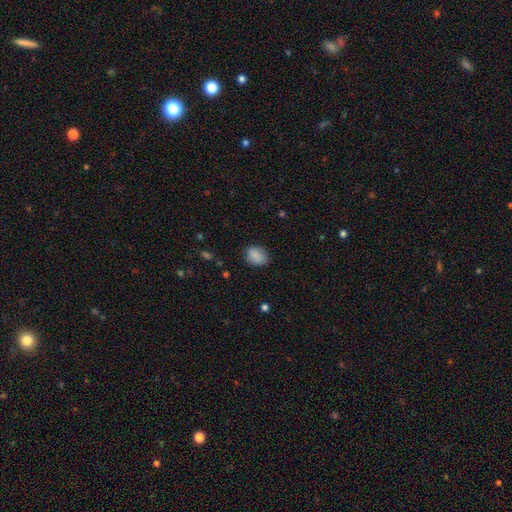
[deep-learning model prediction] A smooth galaxy with no disk features (87%) that is in between round and cigar-shaped (62%). Merging: none (79%).